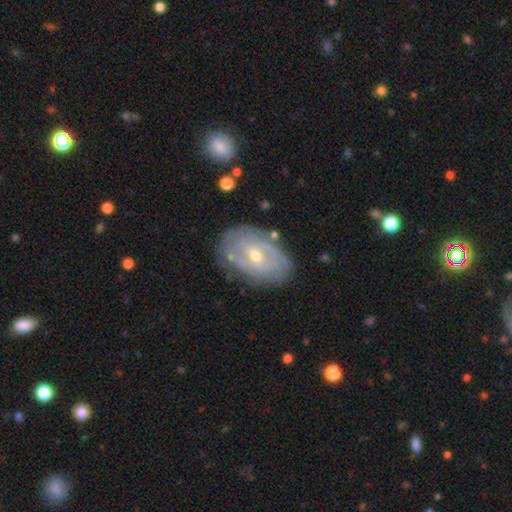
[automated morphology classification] Q: Smooth or featured?
A: featured or disk (76%); runner-up: smooth (18%)
Q: Edge-on disk?
A: no (94%); runner-up: yes (6%)
Q: Bar?
A: weak (48%); runner-up: no (34%)
Q: Spiral arms?
A: yes (77%); runner-up: no (23%)
Q: Spiral winding?
A: tight (55%); runner-up: medium (31%)
Q: Spiral arm count?
A: can't tell (41%); runner-up: 2 (37%)
Q: Bulge size?
A: small (49%); runner-up: moderate (48%)
Q: Merging?
A: none (75%); runner-up: minor disturbance (17%)